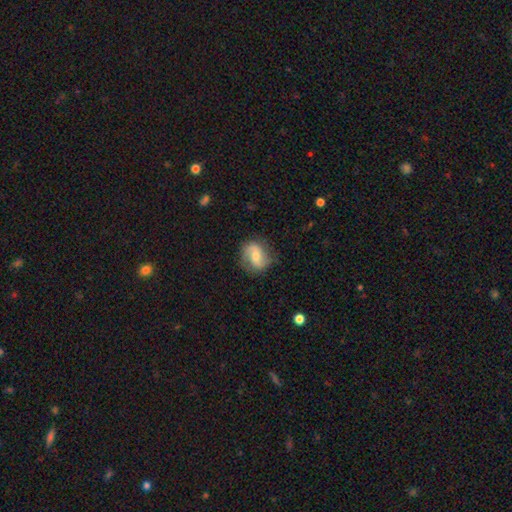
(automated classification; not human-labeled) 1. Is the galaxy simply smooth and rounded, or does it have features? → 61% featured or disk, 32% smooth, 7% star or artifact.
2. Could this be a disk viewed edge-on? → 97% no, 3% yes.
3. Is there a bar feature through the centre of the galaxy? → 43% weak, 39% no, 18% strong.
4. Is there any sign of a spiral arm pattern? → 88% yes, 12% no.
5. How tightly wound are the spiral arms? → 41% medium, 40% loose, 19% tight.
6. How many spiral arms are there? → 86% 2, 7% can't tell, 4% 1, 1% 3, 1% 4, 1% more than 4.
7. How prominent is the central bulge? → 57% moderate, 36% small, 4% large, 2% none, 1% dominant.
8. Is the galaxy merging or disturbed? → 78% none, 16% minor disturbance, 5% major disturbance, 1% merger.